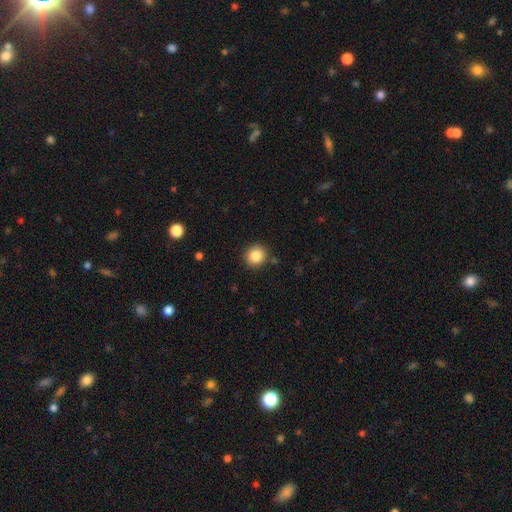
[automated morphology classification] Overall: smooth (85%). How rounded: round (91%). Merging: none (88%).